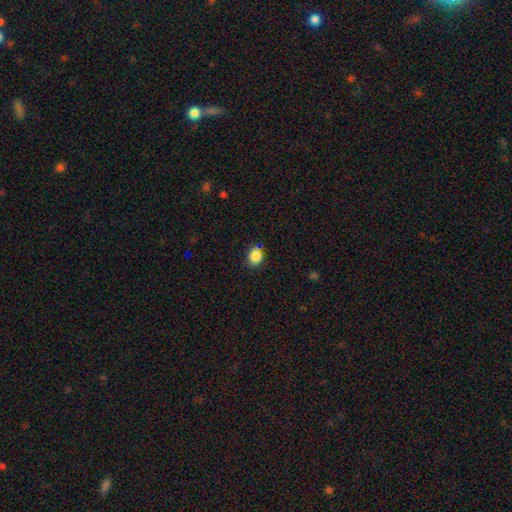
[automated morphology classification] Smooth or featured? Predicted: smooth (p=0.85). How rounded? Predicted: round (p=0.75). Merging? Predicted: none (p=0.84).